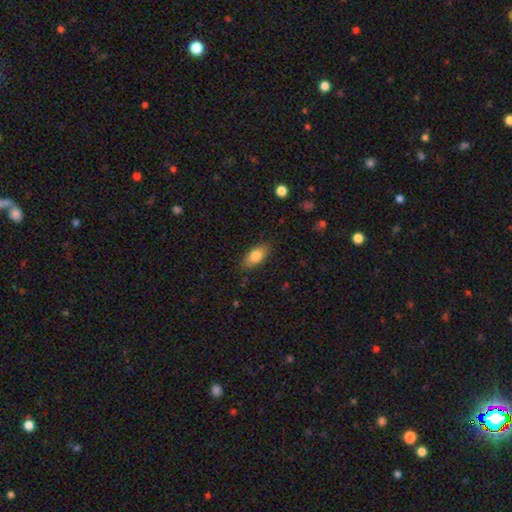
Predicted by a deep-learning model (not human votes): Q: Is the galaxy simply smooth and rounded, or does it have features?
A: smooth — 80%.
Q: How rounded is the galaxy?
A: in between — 85%.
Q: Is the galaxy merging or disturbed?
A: none — 84%.